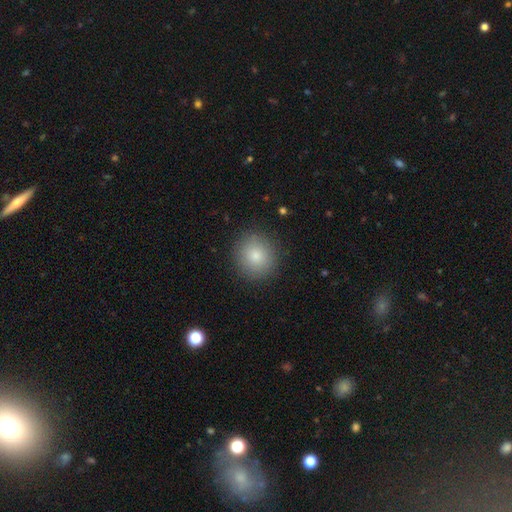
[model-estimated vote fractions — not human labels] Smooth or featured? Predicted: smooth (p=0.83). How rounded? Predicted: round (p=0.87). Merging? Predicted: none (p=0.88).